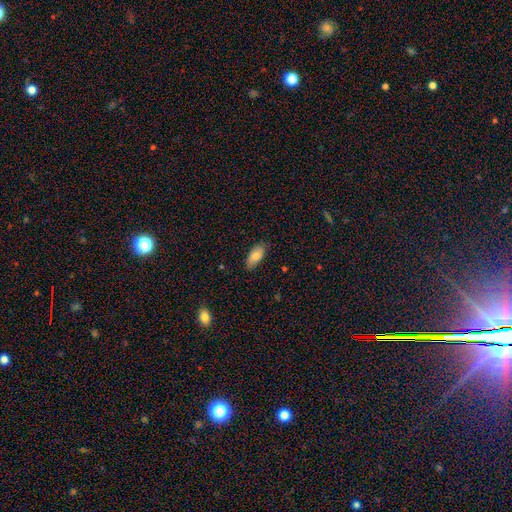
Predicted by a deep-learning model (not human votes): smooth-or-featured: smooth: 81% | featured or disk: 12% | star or artifact: 7%
  how-rounded: in between: 88% | cigar-shaped: 10% | round: 2%
  merging: none: 79% | minor disturbance: 17% | major disturbance: 3% | merger: 1%